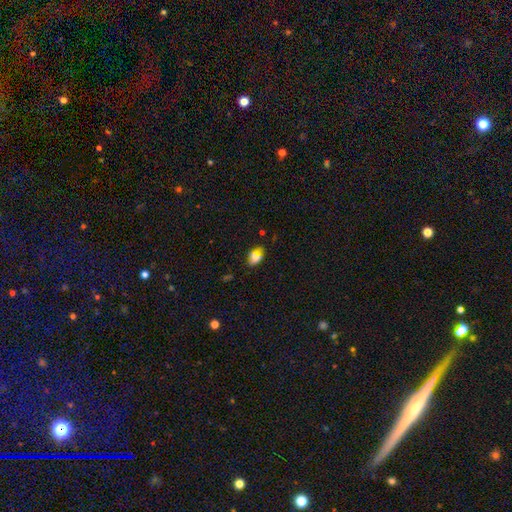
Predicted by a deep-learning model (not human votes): Overall: smooth (67%). How rounded: in between (83%). Merging: none (71%).